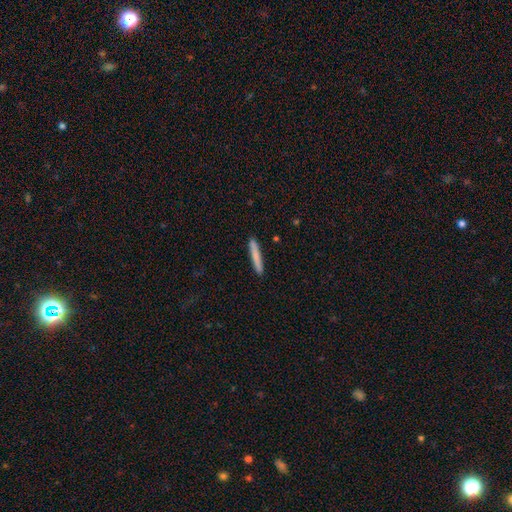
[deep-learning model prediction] This is likely a smooth galaxy (79%). How rounded: clearly cigar-shaped (96%). Merging: clearly none (91%).